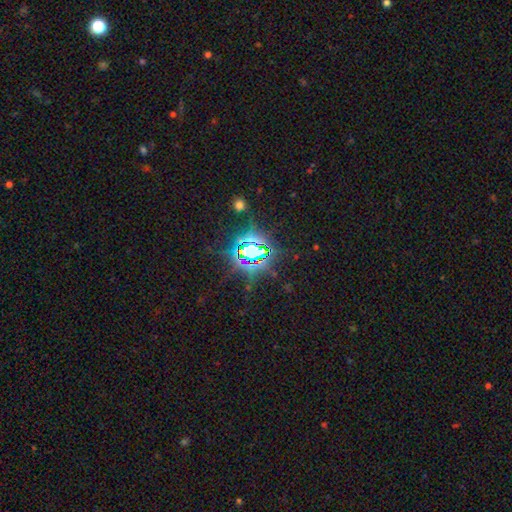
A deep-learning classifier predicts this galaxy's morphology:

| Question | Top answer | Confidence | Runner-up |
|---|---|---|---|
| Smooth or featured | star or artifact | 79% | smooth (12%) |